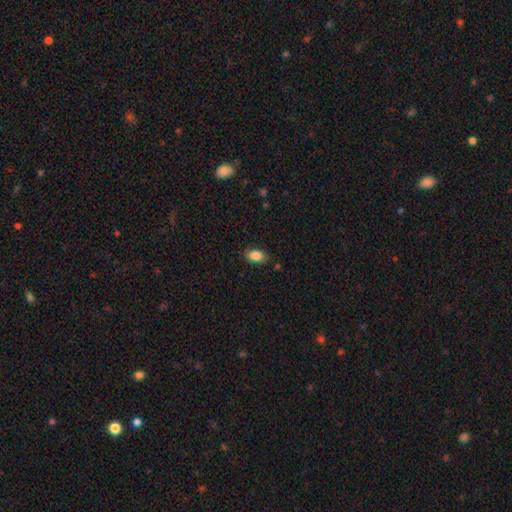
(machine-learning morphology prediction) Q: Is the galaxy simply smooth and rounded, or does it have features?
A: smooth — 86%.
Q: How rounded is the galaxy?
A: in between — 88%.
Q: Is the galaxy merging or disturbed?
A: none — 84%.